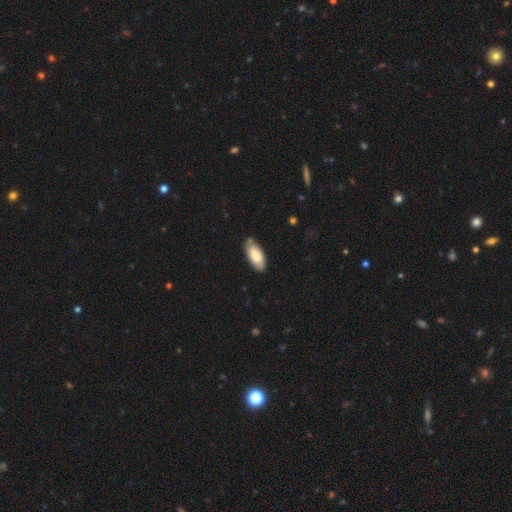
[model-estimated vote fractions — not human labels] smooth-or-featured: smooth: 80% | featured or disk: 14% | star or artifact: 6%
  how-rounded: in between: 90% | cigar-shaped: 9% | round: 2%
  merging: none: 79% | minor disturbance: 17% | major disturbance: 3% | merger: 2%